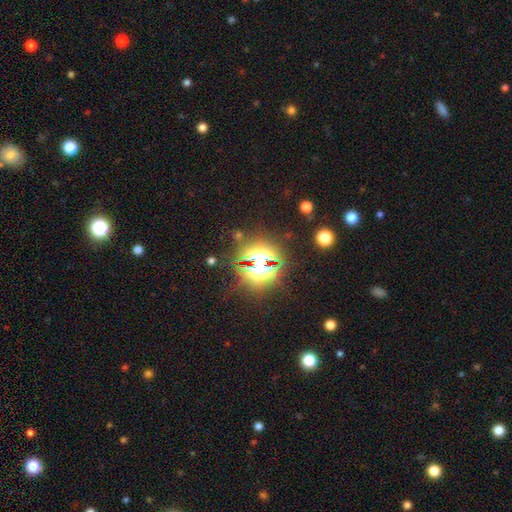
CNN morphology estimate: This appears to be a star or artifact, not a galaxy (81%).